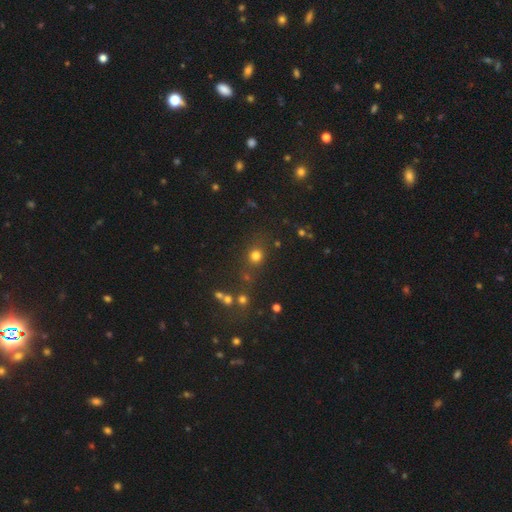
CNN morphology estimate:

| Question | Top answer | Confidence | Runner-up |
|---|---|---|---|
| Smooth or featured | smooth | 73% | star or artifact (20%) |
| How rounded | round | 84% | in between (15%) |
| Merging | none | 75% | minor disturbance (11%) |